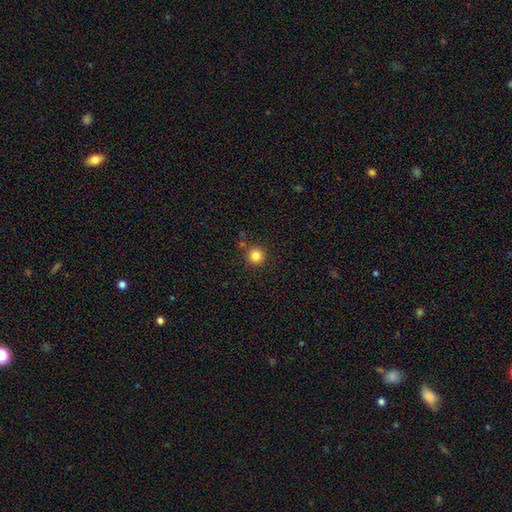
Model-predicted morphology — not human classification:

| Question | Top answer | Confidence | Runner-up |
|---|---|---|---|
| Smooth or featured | smooth | 83% | star or artifact (12%) |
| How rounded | round | 96% | in between (3%) |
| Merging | none | 87% | minor disturbance (7%) |